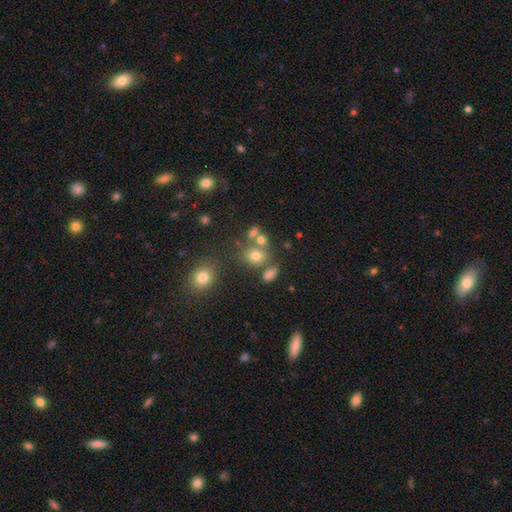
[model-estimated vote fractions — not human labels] A smooth galaxy with no disk features (71%) that is round (67%).

Vote fractions:
- Smooth or featured? smooth: 71% / star or artifact: 17% / featured or disk: 12%
- How rounded? round: 67% / in between: 32% / cigar-shaped: 1%
- Merging? none: 54% / merger: 27% / minor disturbance: 12% / major disturbance: 6%